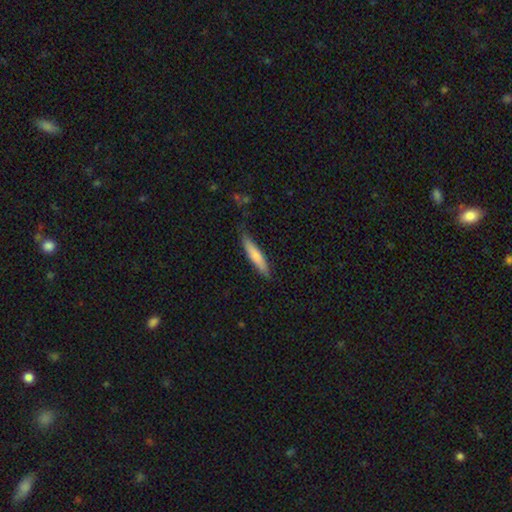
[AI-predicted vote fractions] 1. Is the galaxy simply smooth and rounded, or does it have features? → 75% smooth, 19% featured or disk, 5% star or artifact.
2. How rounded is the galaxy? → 88% cigar-shaped, 11% in between, 1% round.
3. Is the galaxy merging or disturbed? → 80% none, 16% minor disturbance, 3% major disturbance, 1% merger.